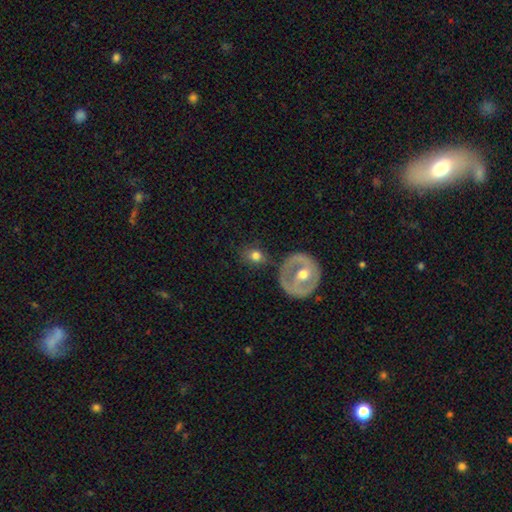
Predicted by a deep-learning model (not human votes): Smooth or featured: smooth — 69% (featured or disk — 23%)
How rounded: round — 69% (in between — 29%)
Merging: none — 71% (minor disturbance — 14%)